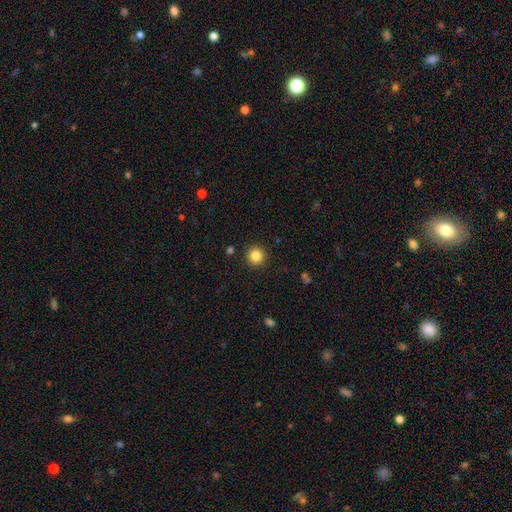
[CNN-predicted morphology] smooth-or-featured: smooth: 84% | star or artifact: 11% | featured or disk: 5%
  how-rounded: round: 94% | in between: 5% | cigar-shaped: 1%
  merging: none: 92% | minor disturbance: 5% | major disturbance: 2% | merger: 1%